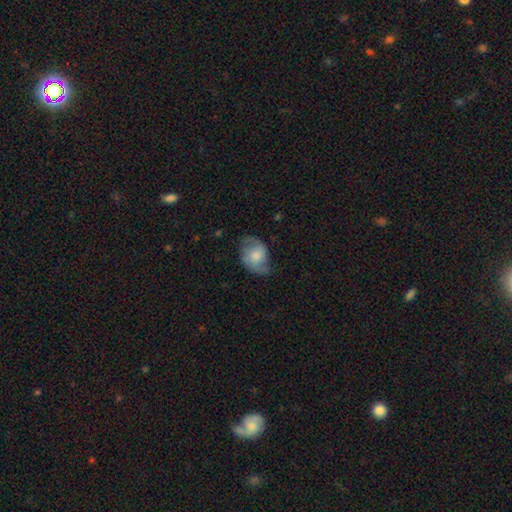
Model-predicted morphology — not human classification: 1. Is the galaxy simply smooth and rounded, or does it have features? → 50% featured or disk, 43% smooth, 7% star or artifact.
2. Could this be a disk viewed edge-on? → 96% no, 4% yes.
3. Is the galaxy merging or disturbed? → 56% none, 30% minor disturbance, 13% major disturbance, 1% merger.